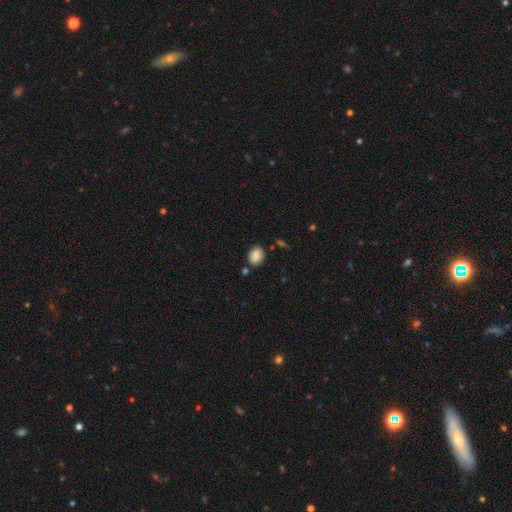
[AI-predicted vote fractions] Smooth or featured?
  - smooth: 87% *
  - star or artifact: 8%
  - featured or disk: 4%
How rounded?
  - in between: 60% *
  - round: 39%
  - cigar-shaped: 1%
Merging?
  - none: 80% *
  - minor disturbance: 12%
  - merger: 5%
  - major disturbance: 3%